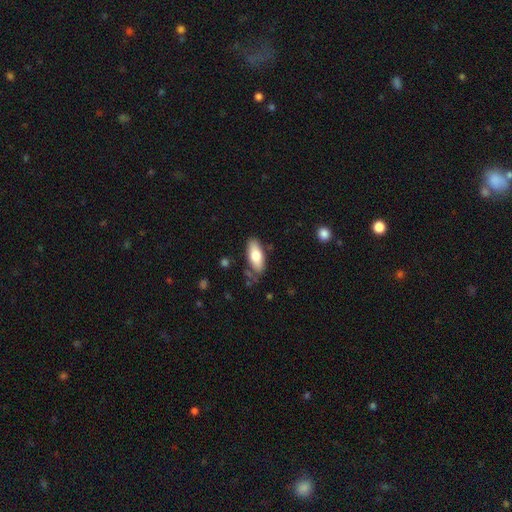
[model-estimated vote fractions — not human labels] Morphology: type=smooth (76%); roundness=in between (80%); merging=none (77%).